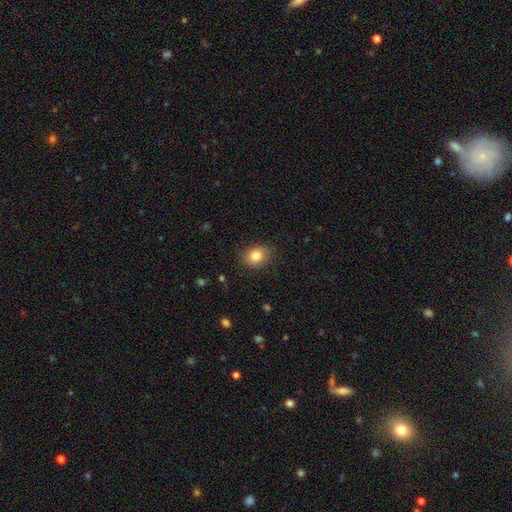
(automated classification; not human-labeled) Overall: smooth (84%). How rounded: round (52%; in between 47%). Merging: none (82%).